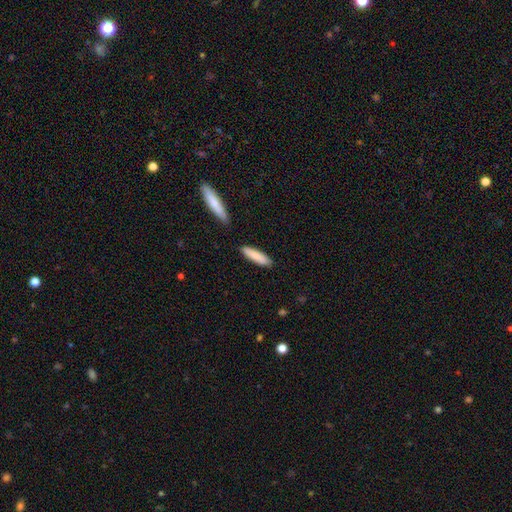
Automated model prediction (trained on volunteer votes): Overall: smooth (85%). How rounded: cigar-shaped (71%). Merging: none (87%).